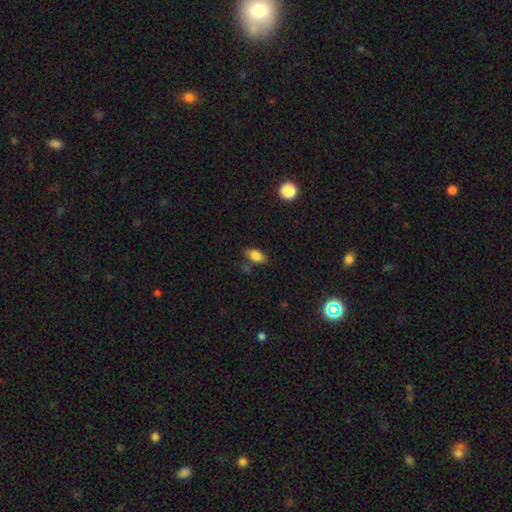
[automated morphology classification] type=smooth (82%); roundness=in between (88%); merging=none (73%).